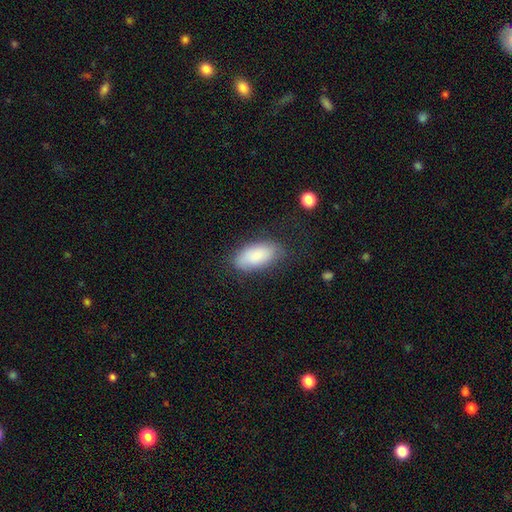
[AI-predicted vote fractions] Smooth or featured: smooth — 84% (featured or disk — 10%)
How rounded: in between — 92% (cigar-shaped — 6%)
Merging: none — 75% (minor disturbance — 18%)